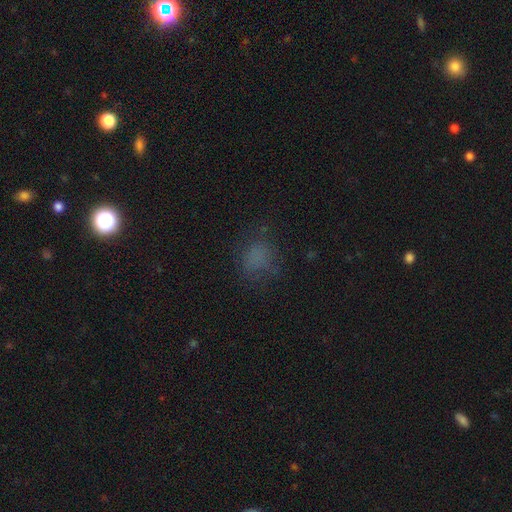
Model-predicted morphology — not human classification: This is likely a smooth galaxy (65%). How rounded: likely round (66%). Merging: likely none (68%).